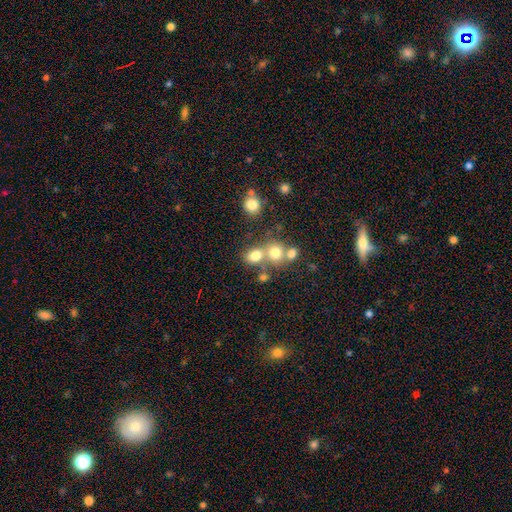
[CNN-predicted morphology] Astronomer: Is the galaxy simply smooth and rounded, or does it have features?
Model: smooth — 74%.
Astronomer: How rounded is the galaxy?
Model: round — 68%.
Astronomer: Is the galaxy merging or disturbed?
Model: none — 47% (runner-up: merger, 40%).